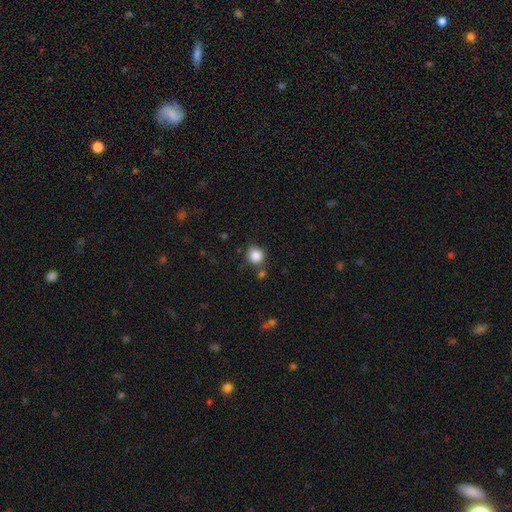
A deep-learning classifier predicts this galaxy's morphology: This appears to be a smooth galaxy with no disk features (85%) that is round (89%). Merging: none (74%).